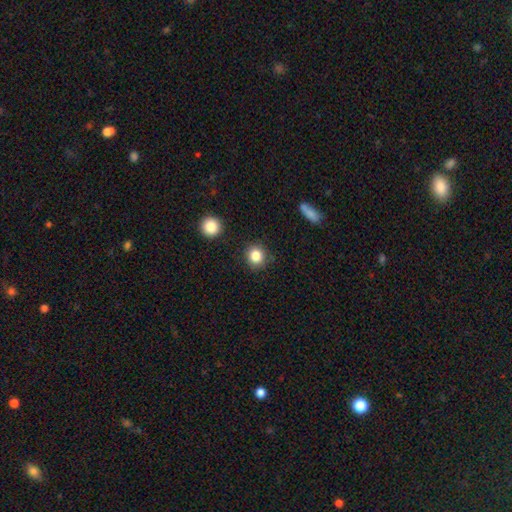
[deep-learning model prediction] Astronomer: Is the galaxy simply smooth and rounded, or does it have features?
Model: smooth — 84%.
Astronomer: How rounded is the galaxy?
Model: round — 88%.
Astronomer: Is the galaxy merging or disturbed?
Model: none — 89%.